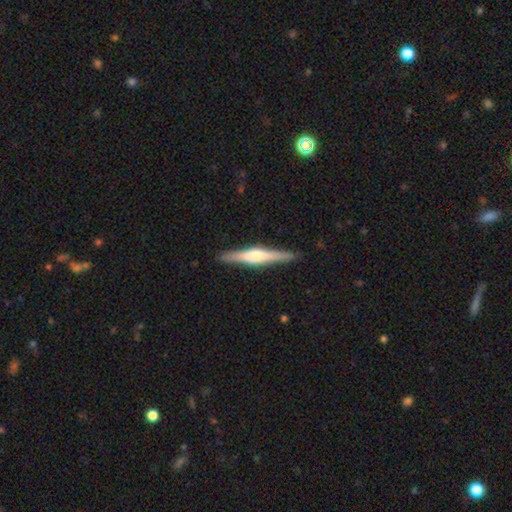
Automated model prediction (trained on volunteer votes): Smooth or featured: featured or disk — 64% (smooth — 31%)
Edge-on disk: yes — 98% (no — 2%)
Edge-on bulge: rounded — 66% (boxy — 23%)
Merging: none — 90% (minor disturbance — 8%)